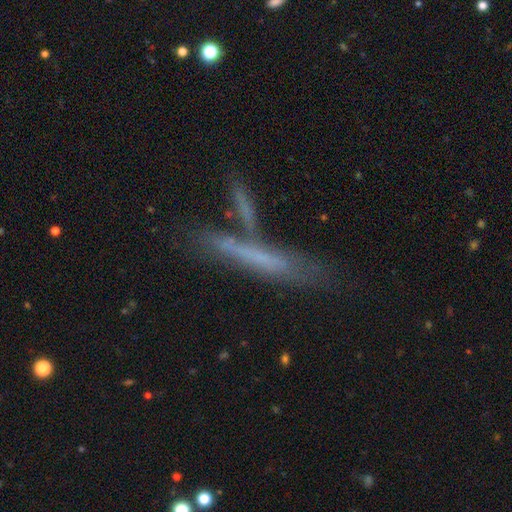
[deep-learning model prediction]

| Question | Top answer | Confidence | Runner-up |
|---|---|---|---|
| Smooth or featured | smooth | 47% | featured or disk (43%) |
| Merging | none | 53% | merger (23%) |